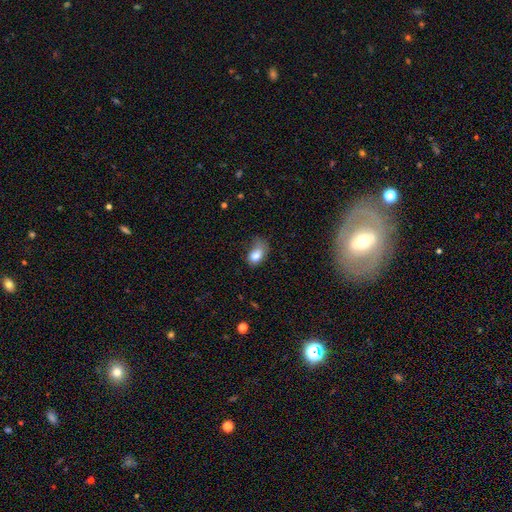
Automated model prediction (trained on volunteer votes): smooth_or_featured: smooth (p=0.78) [alt: featured or disk p=0.13]
how_rounded: in between (p=0.85) [alt: round p=0.13]
merging: minor disturbance (p=0.37) [alt: major disturbance p=0.33]